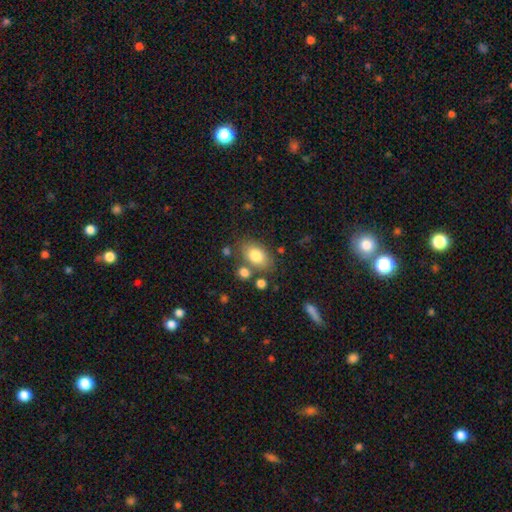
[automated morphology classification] This appears to be a smooth galaxy with no disk features (80%) that is in between round and cigar-shaped (87%). Merging: none (73%).